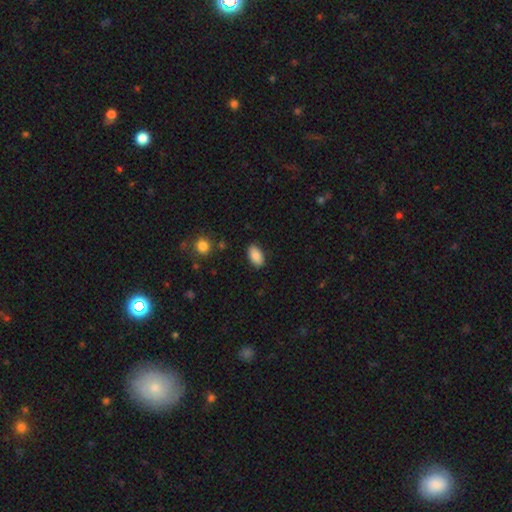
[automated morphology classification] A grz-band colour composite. It shows a smooth galaxy with no disk features (87%) that is in between round and cigar-shaped (93%). Merging: none (86%).